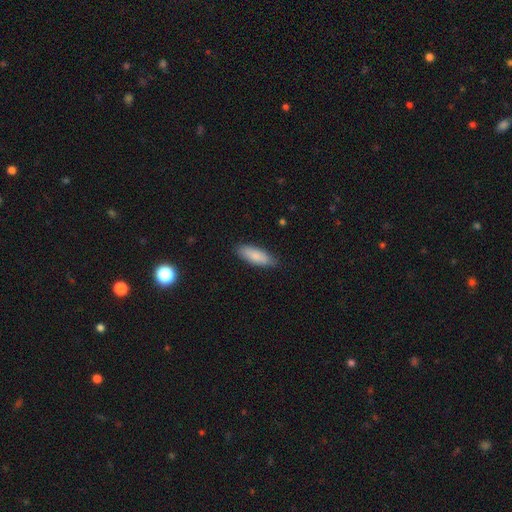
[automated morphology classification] Overall: smooth (83%). How rounded: in between (68%; cigar-shaped 30%). Merging: none (82%).